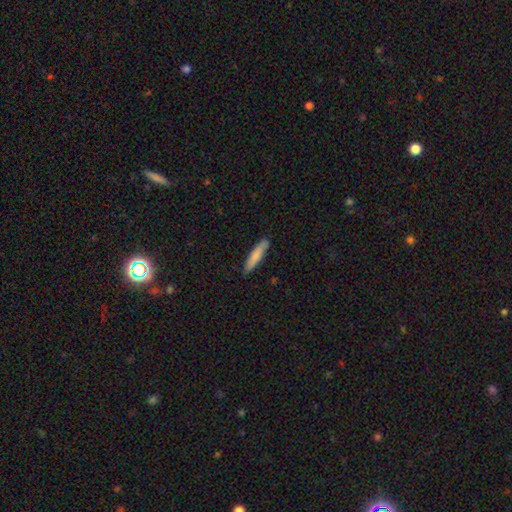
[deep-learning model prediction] Smooth or featured? smooth (79%)
How rounded? cigar-shaped (88%)
Merging? none (87%)